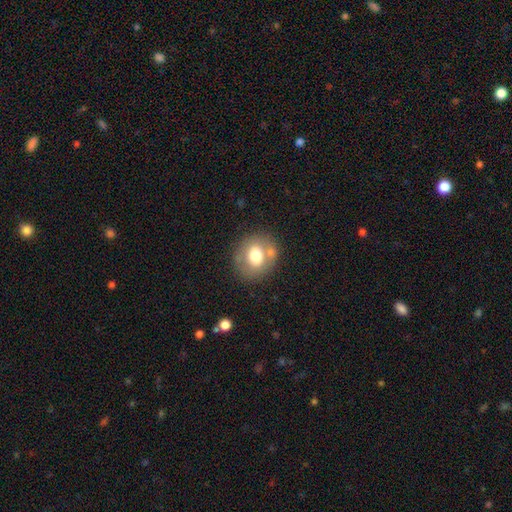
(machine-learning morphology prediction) This appears to be a smooth galaxy with no disk features (68%) that is round (67%). Merging: none (70%).